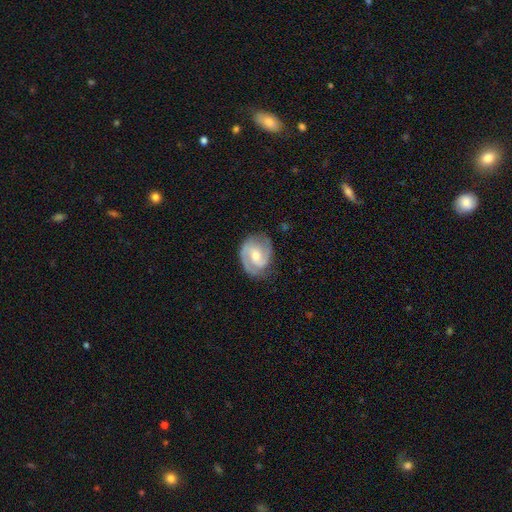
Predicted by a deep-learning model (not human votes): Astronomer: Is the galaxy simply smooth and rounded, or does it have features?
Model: featured or disk — 87%.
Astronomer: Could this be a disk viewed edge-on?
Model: no — 98%.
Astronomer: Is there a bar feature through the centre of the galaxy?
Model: weak — 46% (runner-up: no, 37%).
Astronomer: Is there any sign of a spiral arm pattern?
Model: yes — 97%.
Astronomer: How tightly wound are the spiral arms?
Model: medium — 46% (runner-up: tight, 44%).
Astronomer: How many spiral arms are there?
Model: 2 — 89%.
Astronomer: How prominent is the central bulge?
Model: moderate — 61%.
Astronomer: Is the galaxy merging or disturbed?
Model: none — 79%.